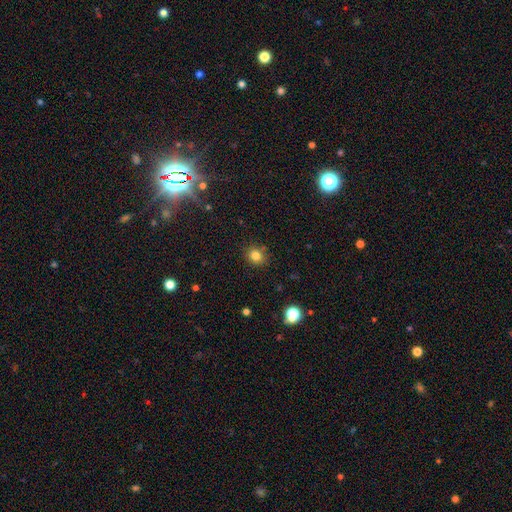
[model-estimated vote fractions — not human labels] Smooth or featured: smooth — 81% (star or artifact — 13%)
How rounded: round — 75% (in between — 24%)
Merging: none — 86% (minor disturbance — 9%)